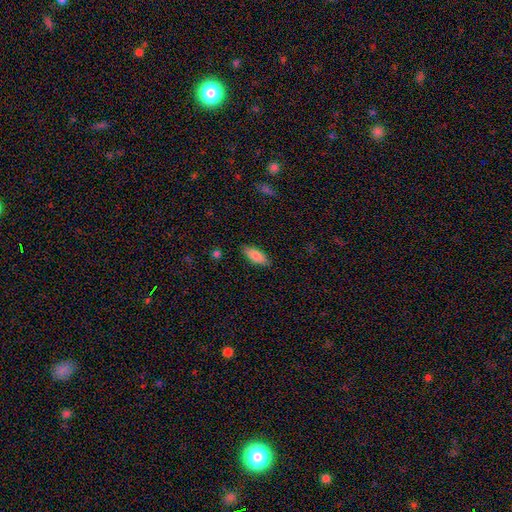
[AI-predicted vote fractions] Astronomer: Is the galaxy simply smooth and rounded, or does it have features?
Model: smooth — 81%.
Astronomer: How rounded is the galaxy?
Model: in between — 77%.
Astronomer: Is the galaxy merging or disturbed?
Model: none — 87%.